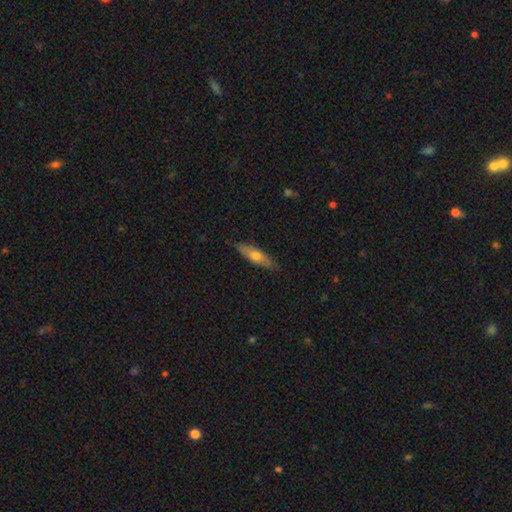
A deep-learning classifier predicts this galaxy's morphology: The model was most divided on "how rounded": cigar-shaped: 58%, in between: 40%, round: 2%. More confident: merging — none (82%); smooth or featured — smooth (59%).